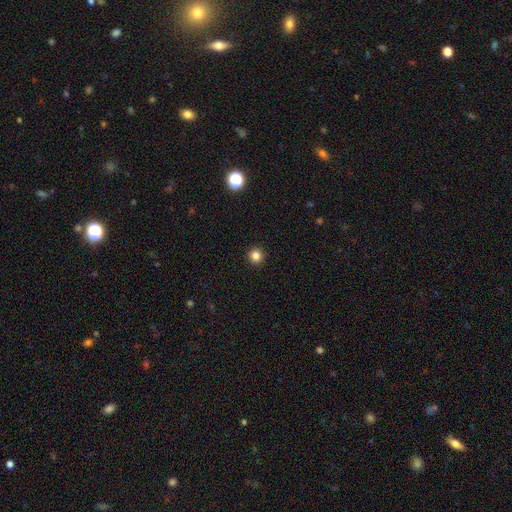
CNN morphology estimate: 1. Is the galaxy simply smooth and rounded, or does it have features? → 84% smooth, 12% star or artifact, 4% featured or disk.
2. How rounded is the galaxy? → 94% round, 5% in between, 1% cigar-shaped.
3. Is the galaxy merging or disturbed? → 93% none, 4% minor disturbance, 2% major disturbance, 1% merger.